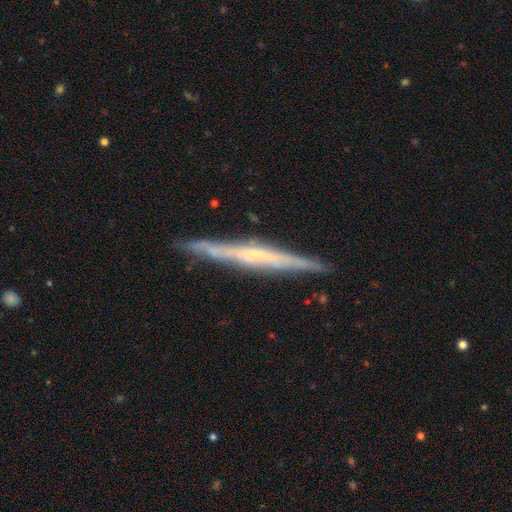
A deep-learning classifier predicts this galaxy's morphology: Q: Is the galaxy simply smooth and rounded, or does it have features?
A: featured or disk — 72%.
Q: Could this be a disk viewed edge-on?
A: yes — 97%.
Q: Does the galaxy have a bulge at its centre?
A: none — 57%.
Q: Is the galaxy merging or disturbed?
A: none — 88%.